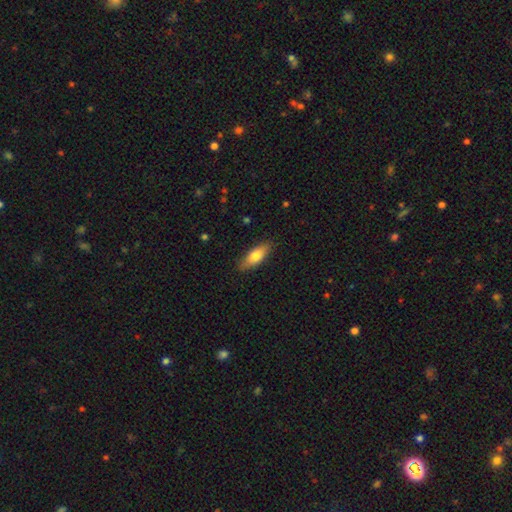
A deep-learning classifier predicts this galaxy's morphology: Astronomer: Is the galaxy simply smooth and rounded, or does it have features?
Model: smooth — 74%.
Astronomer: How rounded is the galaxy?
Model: in between — 67%.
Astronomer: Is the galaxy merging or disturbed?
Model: none — 86%.